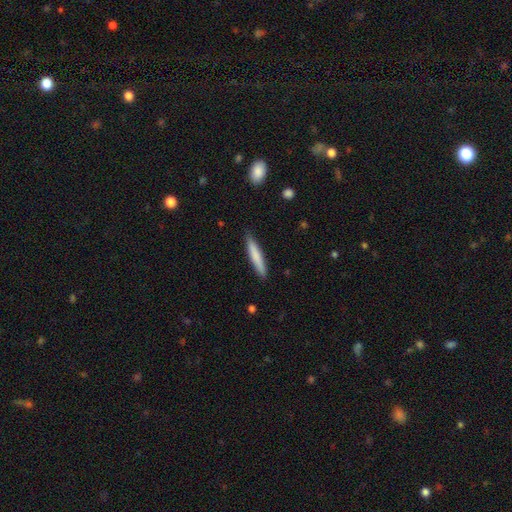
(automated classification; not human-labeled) A smooth galaxy with no disk features (77%) that is cigar-shaped (92%).

Vote fractions:
- Smooth or featured? smooth: 77% / featured or disk: 18% / star or artifact: 5%
- How rounded? cigar-shaped: 92% / in between: 7% / round: 1%
- Merging? none: 88% / minor disturbance: 9% / major disturbance: 2% / merger: 1%